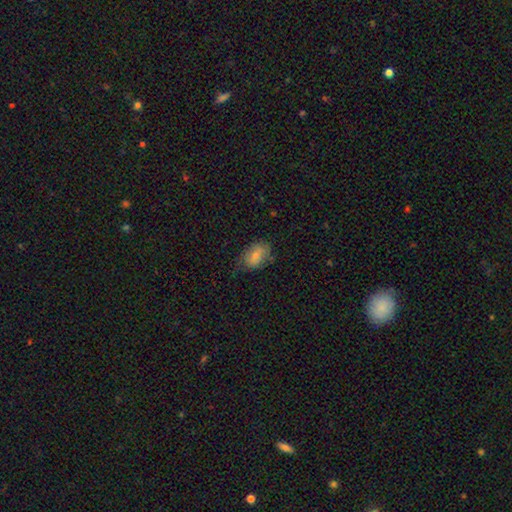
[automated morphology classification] smooth_or_featured: smooth (p=0.69) [alt: featured or disk p=0.20]
how_rounded: in between (p=0.81) [alt: round p=0.17]
merging: none (p=0.64) [alt: minor disturbance p=0.27]